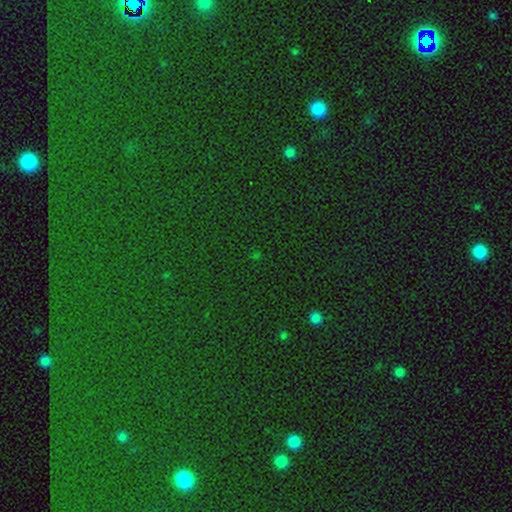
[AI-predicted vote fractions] Smooth or featured?
  - star or artifact: 66% *
  - smooth: 26%
  - featured or disk: 8%